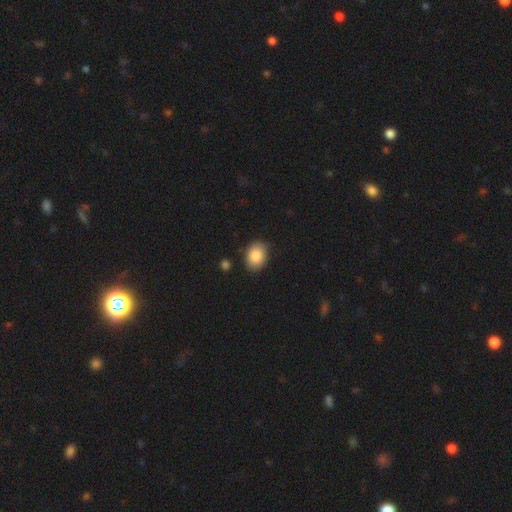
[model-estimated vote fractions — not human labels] Morphology: type=smooth (87%); roundness=in between (65%); merging=none (85%).